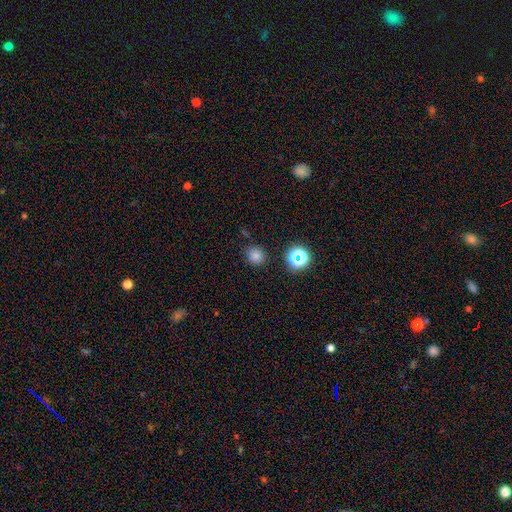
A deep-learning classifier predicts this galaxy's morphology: Smooth or featured? smooth (75%)
How rounded? round (87%)
Merging? none (83%)